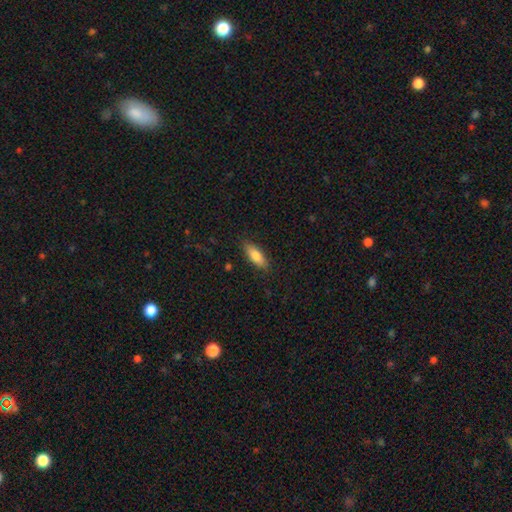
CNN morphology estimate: A smooth galaxy with no disk features (82%) that is in between round and cigar-shaped (67%). Merging: none (85%).